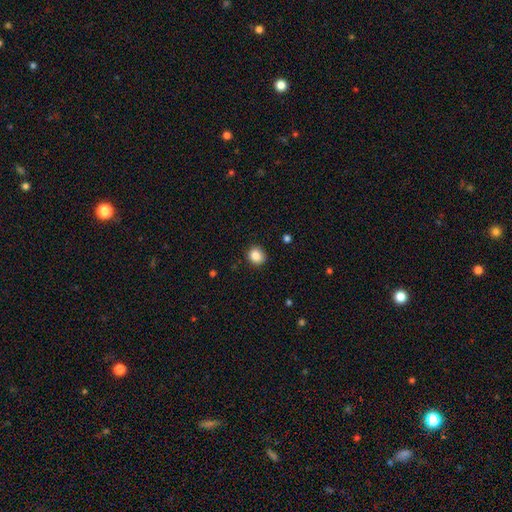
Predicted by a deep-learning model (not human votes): Smooth or featured?
  - smooth: 87% *
  - star or artifact: 10%
  - featured or disk: 4%
How rounded?
  - round: 81% *
  - in between: 19%
  - cigar-shaped: 1%
Merging?
  - none: 89% *
  - minor disturbance: 8%
  - major disturbance: 2%
  - merger: 1%